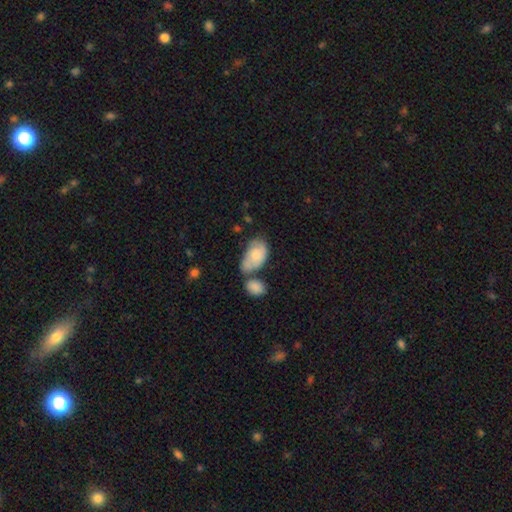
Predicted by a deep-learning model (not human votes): This is likely a smooth galaxy (71%). How rounded: clearly in between (92%). Merging: marginally merger (34%).